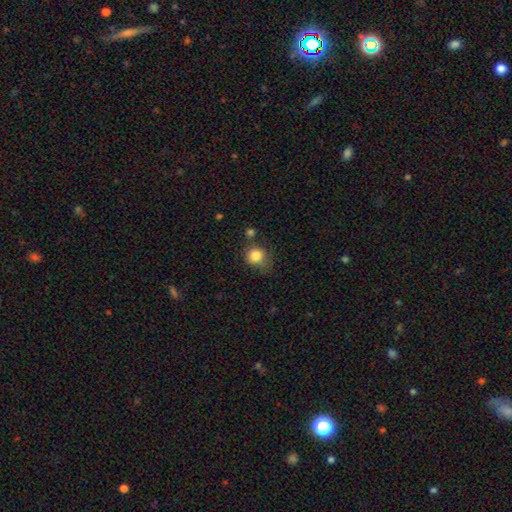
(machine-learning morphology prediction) Smooth or featured?
  - smooth: 83% *
  - star or artifact: 10%
  - featured or disk: 6%
How rounded?
  - round: 76% *
  - in between: 23%
  - cigar-shaped: 1%
Merging?
  - none: 57% *
  - minor disturbance: 26%
  - major disturbance: 9%
  - merger: 8%